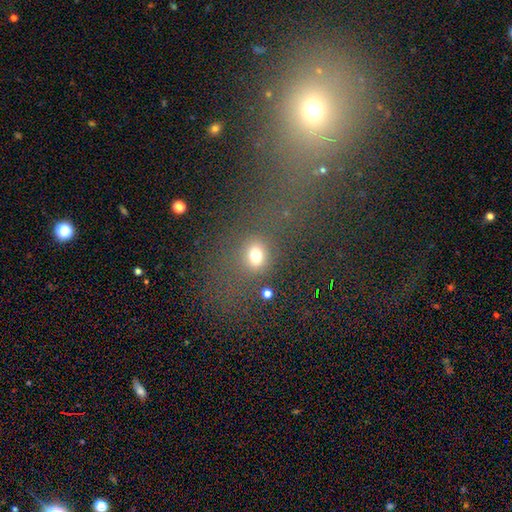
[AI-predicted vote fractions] Smooth or featured?
  - smooth: 67% *
  - star or artifact: 23%
  - featured or disk: 10%
How rounded?
  - round: 51% *
  - in between: 45%
  - cigar-shaped: 3%
Merging?
  - none: 61% *
  - minor disturbance: 14%
  - major disturbance: 13%
  - merger: 12%